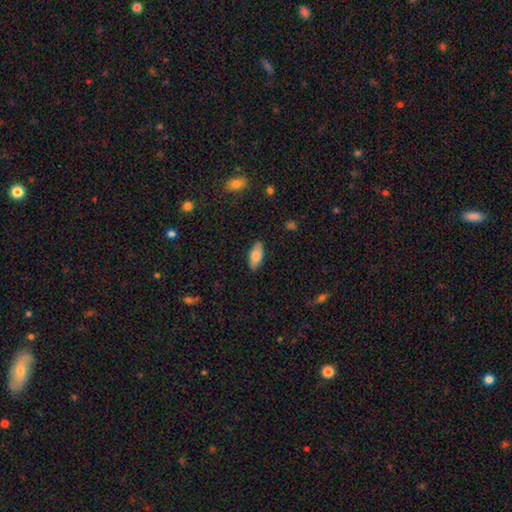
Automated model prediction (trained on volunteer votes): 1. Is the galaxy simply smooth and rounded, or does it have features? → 81% smooth, 12% featured or disk, 6% star or artifact.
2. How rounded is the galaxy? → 85% in between, 13% cigar-shaped, 2% round.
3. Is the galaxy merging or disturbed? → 87% none, 10% minor disturbance, 2% major disturbance, 1% merger.